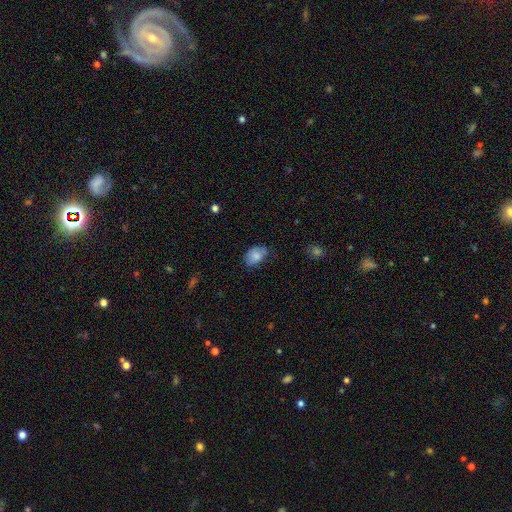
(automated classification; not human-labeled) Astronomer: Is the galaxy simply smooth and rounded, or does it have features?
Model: smooth — 79%.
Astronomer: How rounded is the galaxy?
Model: in between — 82%.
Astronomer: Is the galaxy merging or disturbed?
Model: none — 60%.